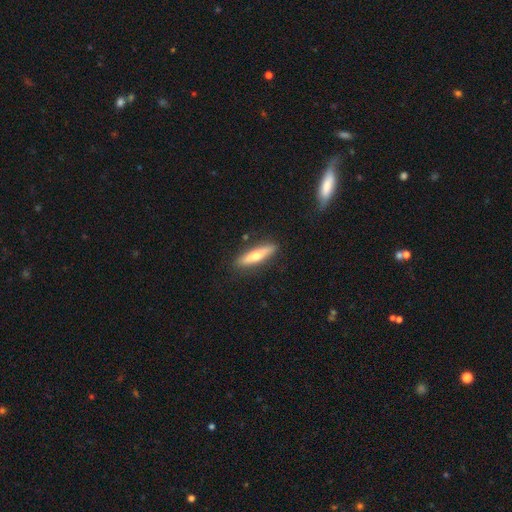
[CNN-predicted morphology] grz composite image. It shows a smooth galaxy with no disk features (49%). Merging: none (88%).